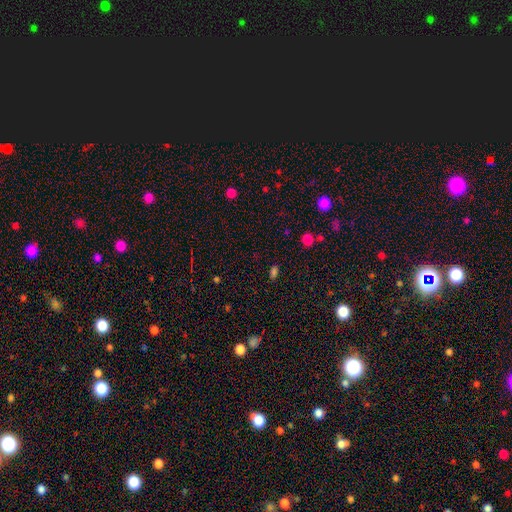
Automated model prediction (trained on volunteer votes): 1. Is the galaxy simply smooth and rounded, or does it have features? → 57% smooth, 37% star or artifact, 6% featured or disk.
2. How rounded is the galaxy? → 68% in between, 26% round, 6% cigar-shaped.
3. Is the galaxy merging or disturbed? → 82% none, 11% minor disturbance, 4% major disturbance, 3% merger.